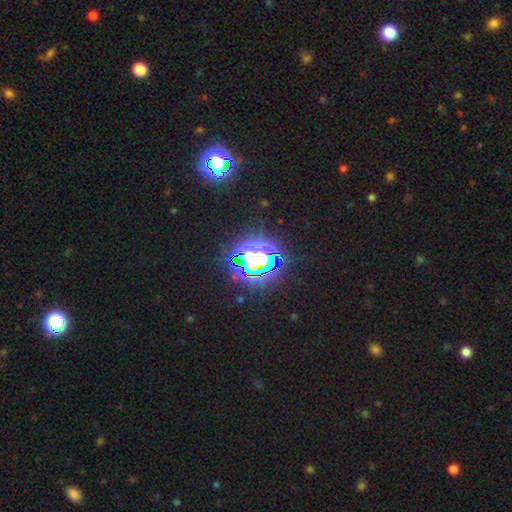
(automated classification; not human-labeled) Q: Smooth or featured?
A: star or artifact (69%); runner-up: smooth (18%)